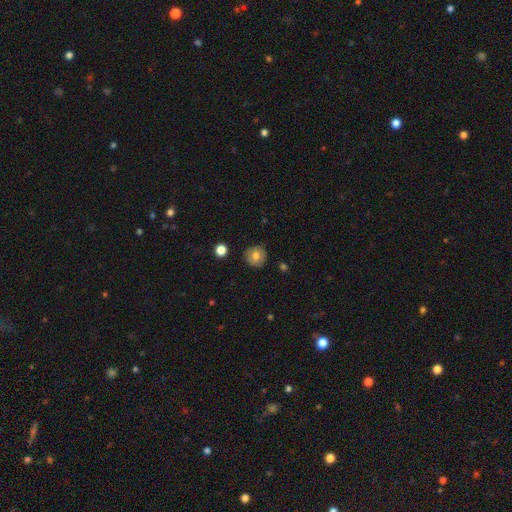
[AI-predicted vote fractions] This is likely a smooth galaxy (70%). How rounded: clearly round (93%). Merging: clearly none (87%).